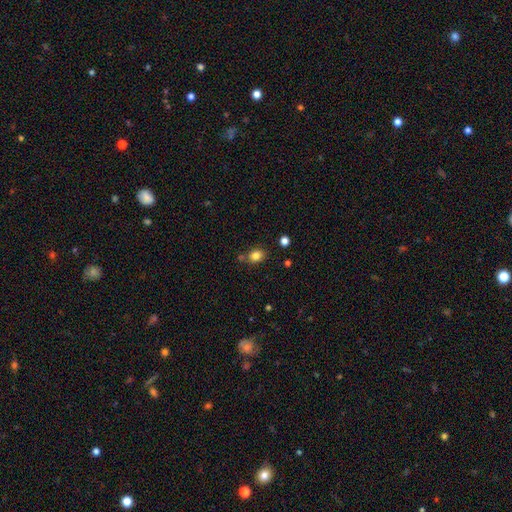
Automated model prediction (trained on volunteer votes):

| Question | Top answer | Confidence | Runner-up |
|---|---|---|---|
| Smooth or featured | smooth | 83% | star or artifact (11%) |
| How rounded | in between | 52% | round (46%) |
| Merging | none | 73% | minor disturbance (14%) |